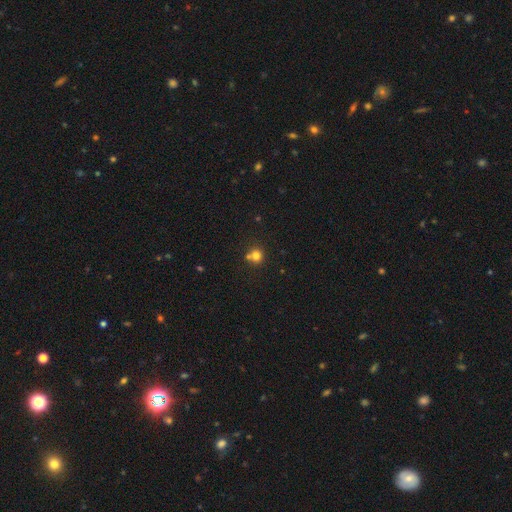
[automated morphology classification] A smooth galaxy with no disk features (77%) that is round (89%).

Vote fractions:
- Smooth or featured? smooth: 77% / star or artifact: 14% / featured or disk: 9%
- How rounded? round: 89% / in between: 10% / cigar-shaped: 1%
- Merging? none: 60% / merger: 29% / minor disturbance: 9% / major disturbance: 3%